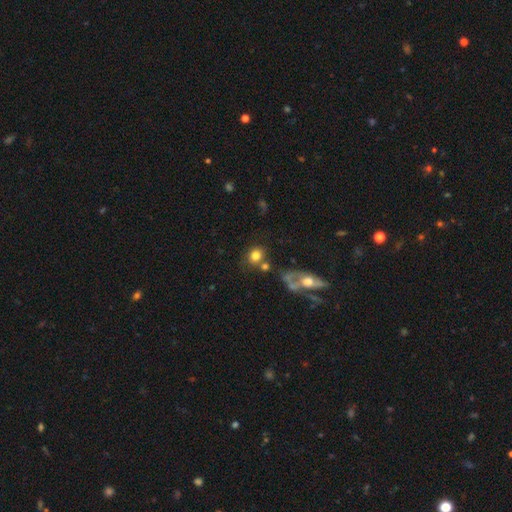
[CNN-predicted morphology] This appears to be a smooth galaxy with no disk features (77%) that is round (74%). Merging: none (60%).